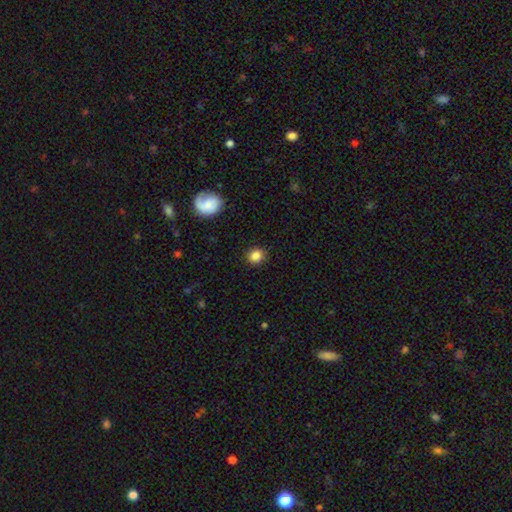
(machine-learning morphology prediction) Smooth or featured: smooth — 85% (star or artifact — 10%)
How rounded: round — 80% (in between — 19%)
Merging: none — 88% (minor disturbance — 8%)